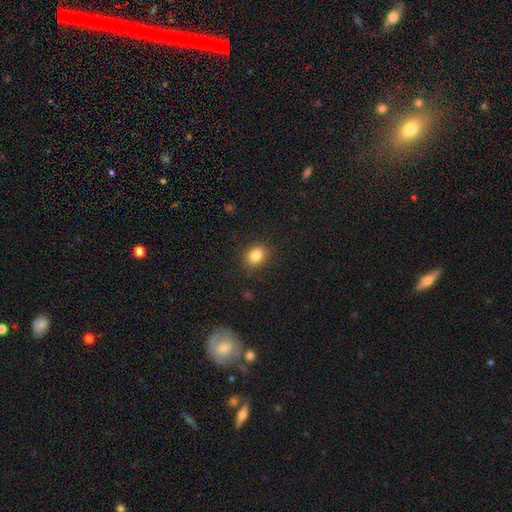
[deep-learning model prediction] Smooth or featured? Predicted: smooth (p=0.83). How rounded? Predicted: in between (p=0.53). Merging? Predicted: none (p=0.85).